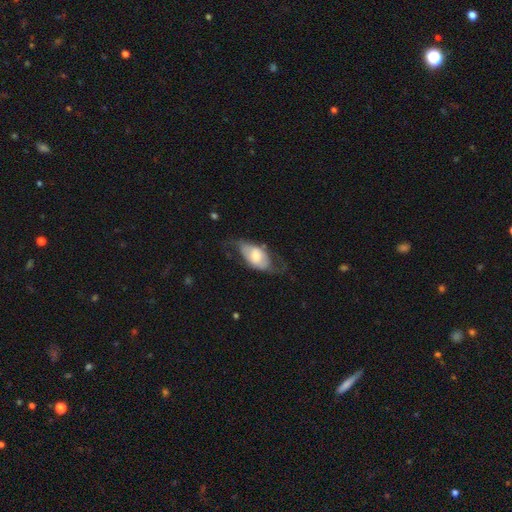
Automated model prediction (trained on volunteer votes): Smooth or featured?
  - featured or disk: 47% * (tied)
  - smooth: 47% * (tied)
  - star or artifact: 6%
Merging?
  - none: 43% *
  - major disturbance: 28%
  - minor disturbance: 26%
  - merger: 2%